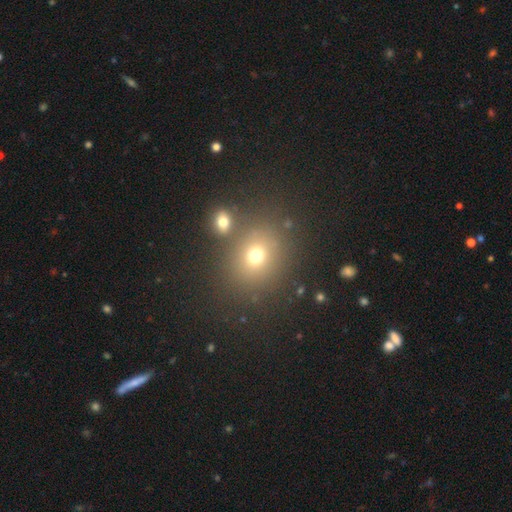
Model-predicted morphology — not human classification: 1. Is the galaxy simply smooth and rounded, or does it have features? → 70% smooth, 19% star or artifact, 11% featured or disk.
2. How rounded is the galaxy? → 66% round, 32% in between, 1% cigar-shaped.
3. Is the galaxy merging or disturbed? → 71% none, 14% merger, 10% minor disturbance, 5% major disturbance.